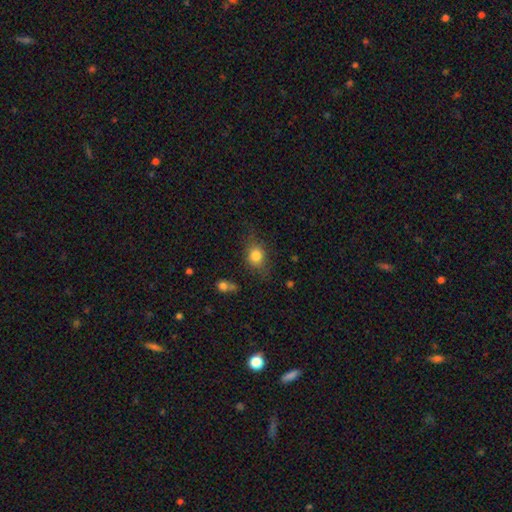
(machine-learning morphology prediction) Overall: smooth (79%). How rounded: round (53%; in between 45%). Merging: none (67%).